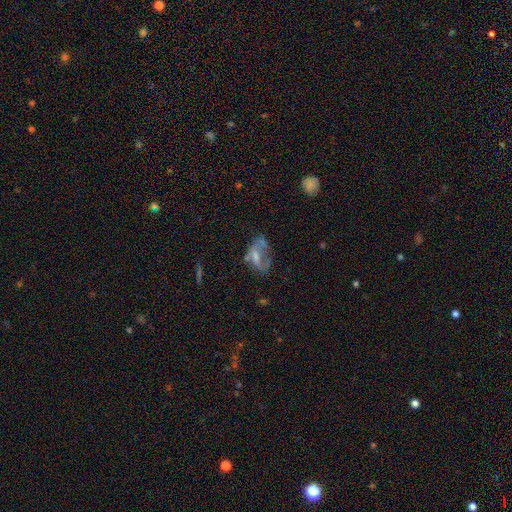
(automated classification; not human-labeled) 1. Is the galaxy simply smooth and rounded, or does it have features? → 53% featured or disk, 31% smooth, 16% star or artifact.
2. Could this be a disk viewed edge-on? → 93% no, 7% yes.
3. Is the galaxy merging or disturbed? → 40% none, 30% major disturbance, 23% minor disturbance, 7% merger.